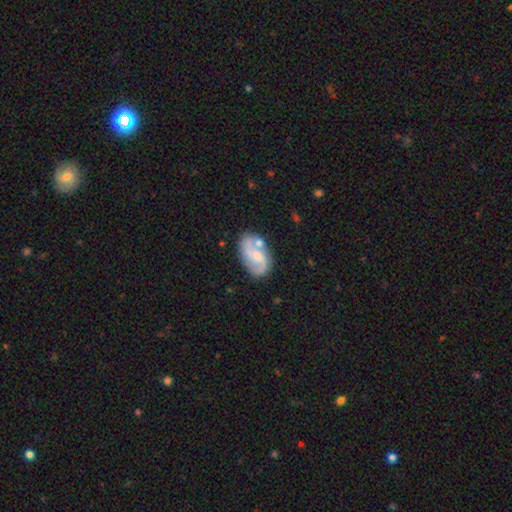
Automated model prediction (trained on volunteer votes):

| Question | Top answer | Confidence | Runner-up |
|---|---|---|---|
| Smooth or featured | featured or disk | 74% | smooth (20%) |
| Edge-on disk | no | 97% | yes (3%) |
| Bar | weak | 46% | no (42%) |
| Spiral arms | yes | 91% | no (9%) |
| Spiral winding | loose | 44% | medium (42%) |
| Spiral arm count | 2 | 88% | can't tell (6%) |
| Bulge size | small | 46% | moderate (39%) |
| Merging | none | 68% | minor disturbance (17%) |